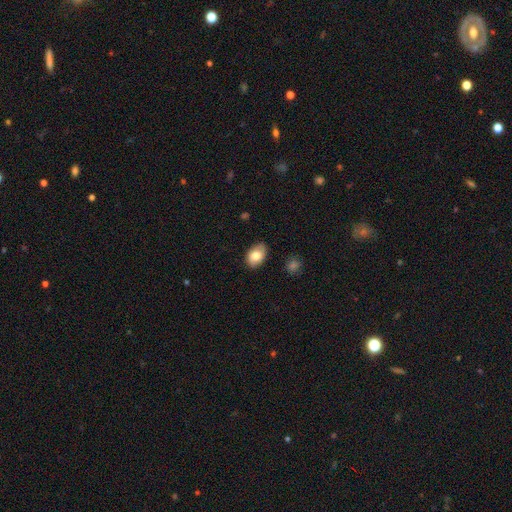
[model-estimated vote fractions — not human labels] This is likely a smooth galaxy (79%). How rounded: clearly in between (85%). Merging: clearly none (82%).